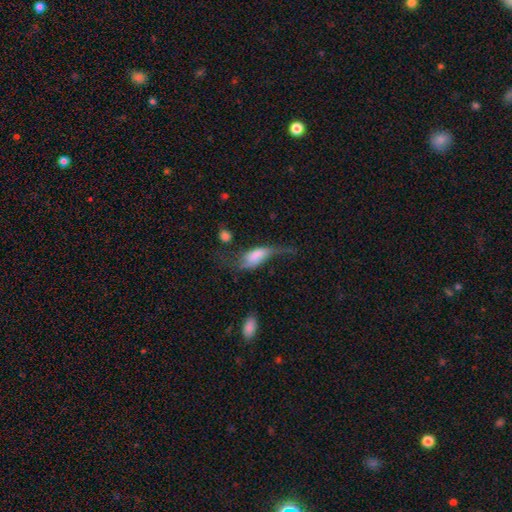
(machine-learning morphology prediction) type=smooth (51%); roundness=in between (82%); merging=major disturbance (45%).